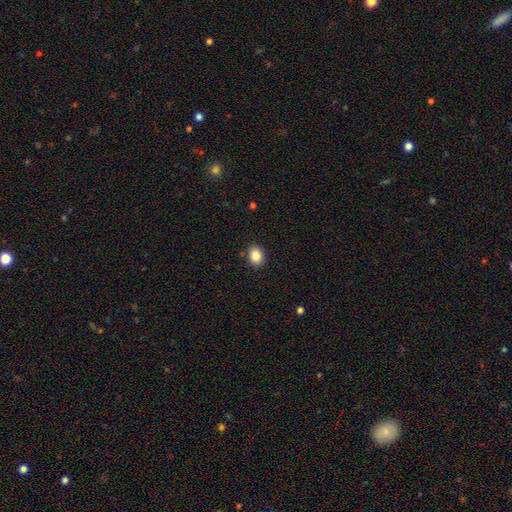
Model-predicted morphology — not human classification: smooth_or_featured: smooth (p=0.86) [alt: star or artifact p=0.09]
how_rounded: in between (p=0.58) [alt: round p=0.41]
merging: none (p=0.89) [alt: minor disturbance p=0.08]